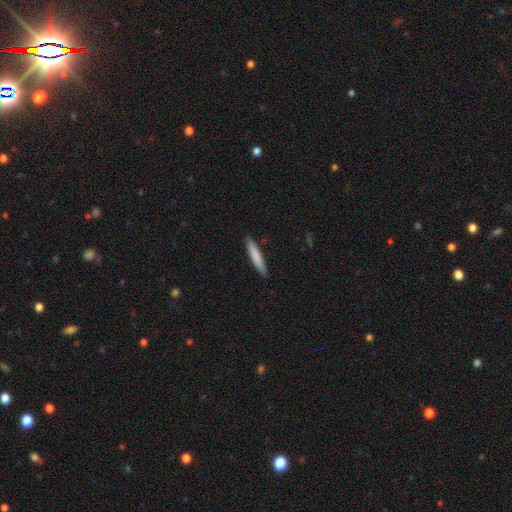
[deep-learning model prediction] This appears to be a smooth galaxy with no disk features (80%) that is cigar-shaped (92%). Merging: none (90%).